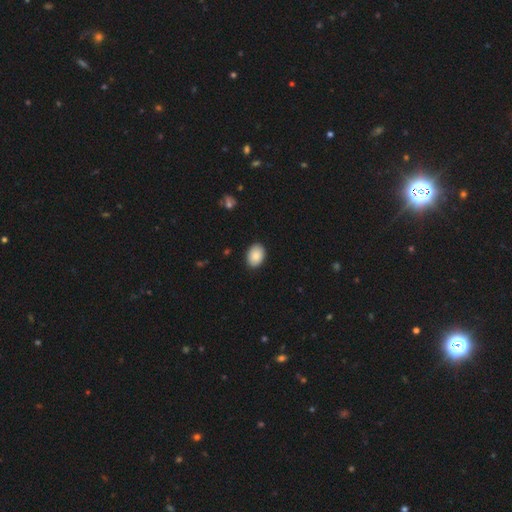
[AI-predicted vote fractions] This appears to be a smooth galaxy with no disk features (88%) that is in between round and cigar-shaped (80%). Merging: none (89%).